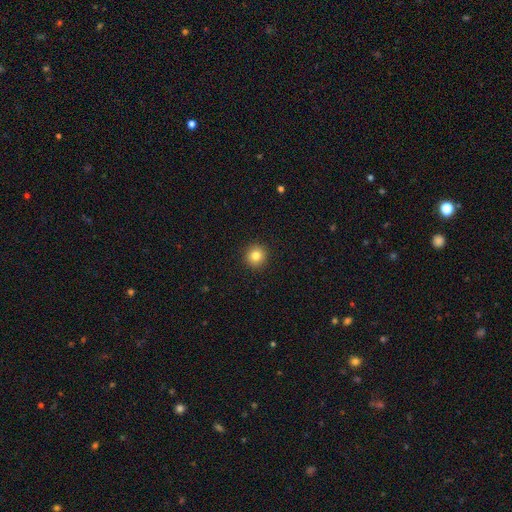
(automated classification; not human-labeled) A smooth galaxy with no disk features (82%) that is round (94%).

Vote fractions:
- Smooth or featured? smooth: 82% / star or artifact: 11% / featured or disk: 7%
- How rounded? round: 94% / in between: 5% / cigar-shaped: 1%
- Merging? none: 93% / minor disturbance: 4% / major disturbance: 2% / merger: 1%